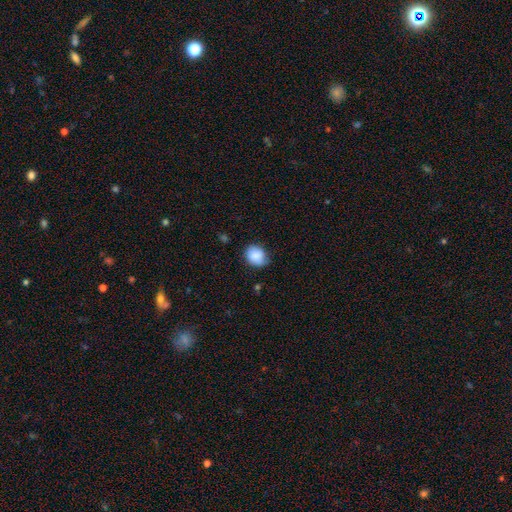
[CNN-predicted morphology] Smooth or featured? Predicted: smooth (p=0.83). How rounded? Predicted: round (p=0.57). Merging? Predicted: none (p=0.66).